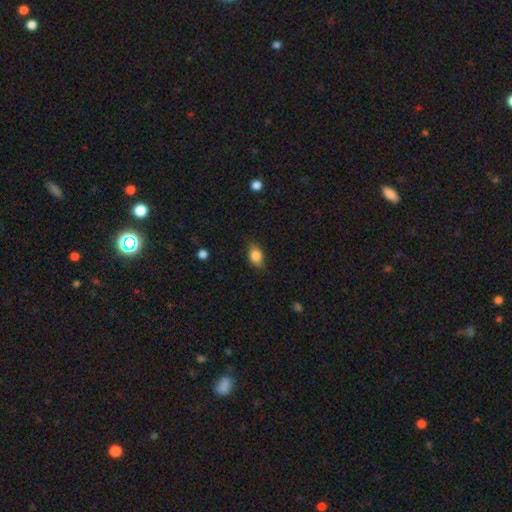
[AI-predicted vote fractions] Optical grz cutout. It shows a smooth galaxy with no disk features (84%) that is in between round and cigar-shaped (81%). Merging: none (80%).